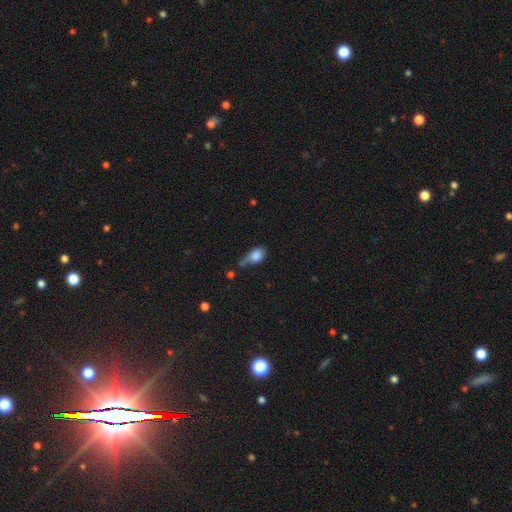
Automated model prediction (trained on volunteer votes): A smooth galaxy with no disk features (81%) that is in between round and cigar-shaped (78%).

Vote fractions:
- Smooth or featured? smooth: 81% / featured or disk: 10% / star or artifact: 9%
- How rounded? in between: 78% / round: 18% / cigar-shaped: 4%
- Merging? minor disturbance: 33% / none: 31% / merger: 20% / major disturbance: 16%